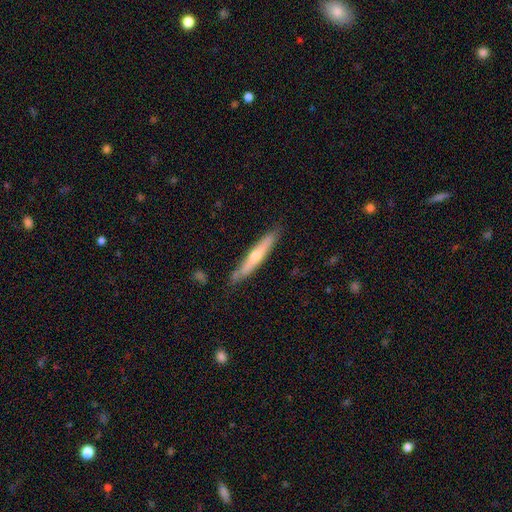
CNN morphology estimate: This appears to be a featured or disk galaxy (58%) viewed edge-on (92%) with a rounded central bulge (80%). Merging: none (85%).